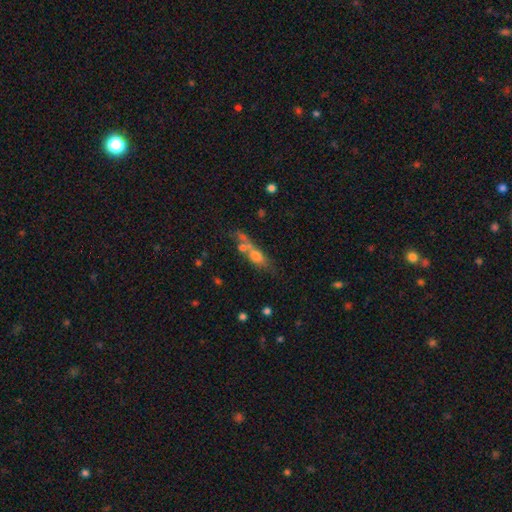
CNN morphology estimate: Smooth or featured: smooth — 58% (featured or disk — 31%)
How rounded: in between — 47% (cigar-shaped — 42%)
Merging: merger — 40% (none — 34%)